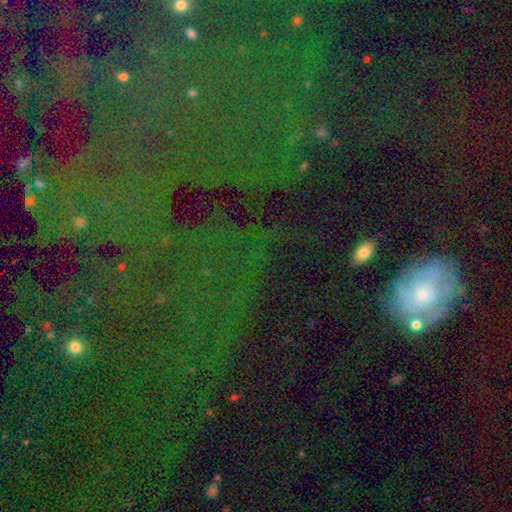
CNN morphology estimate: Q: Smooth or featured?
A: star or artifact (56%); runner-up: featured or disk (22%)